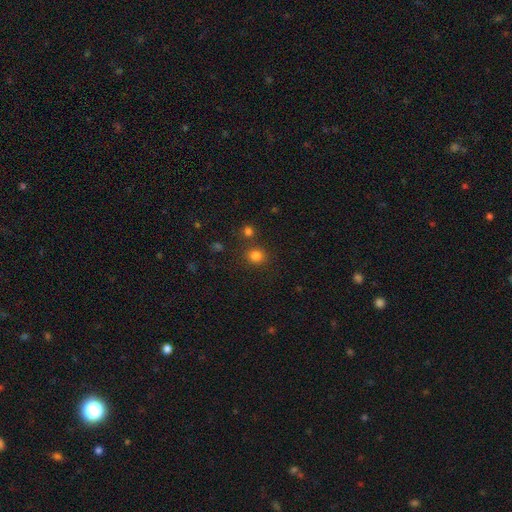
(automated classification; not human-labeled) Morphology: type=smooth (81%); roundness=round (80%); merging=none (79%).